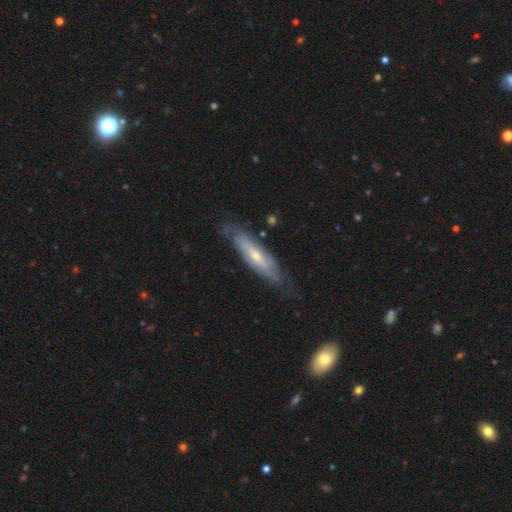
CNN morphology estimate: Smooth or featured? featured or disk (65%)
Edge-on disk? no (55%)
Merging? none (69%)